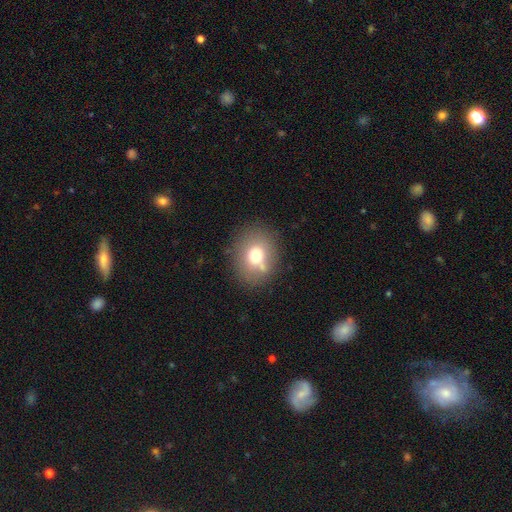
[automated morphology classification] This appears to be a smooth galaxy with no disk features (69%) that is round (61%). Merging: none (72%).